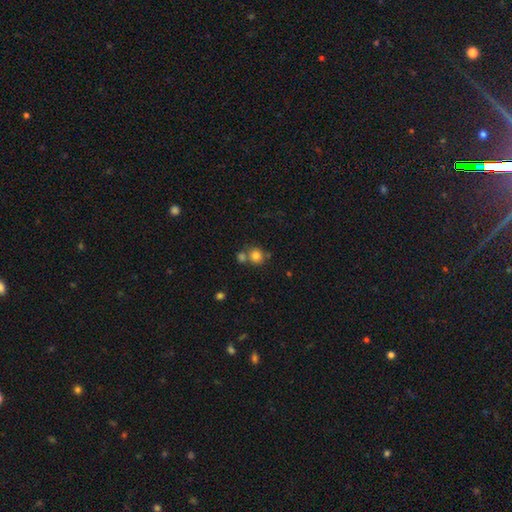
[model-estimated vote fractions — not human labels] smooth-or-featured: smooth: 81% | star or artifact: 12% | featured or disk: 8%
  how-rounded: round: 88% | in between: 11% | cigar-shaped: 1%
  merging: none: 58% | merger: 30% | minor disturbance: 9% | major disturbance: 3%